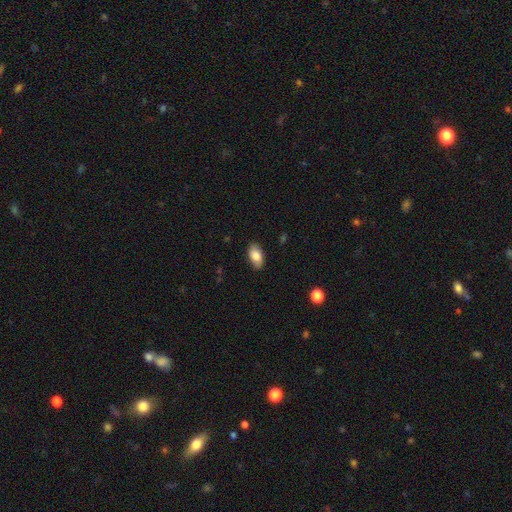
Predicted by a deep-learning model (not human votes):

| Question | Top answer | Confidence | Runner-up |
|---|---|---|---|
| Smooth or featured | smooth | 83% | featured or disk (10%) |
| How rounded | in between | 93% | round (4%) |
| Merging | none | 83% | minor disturbance (13%) |